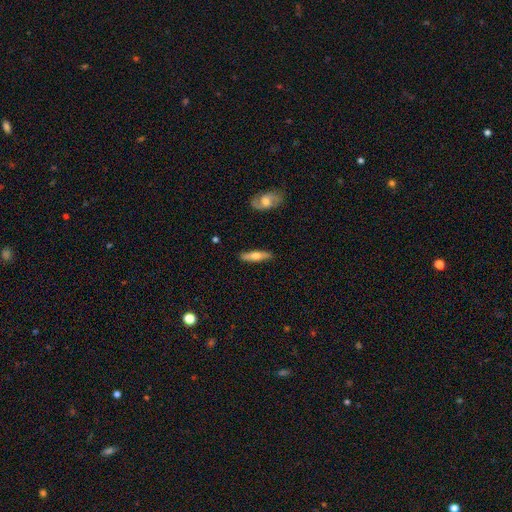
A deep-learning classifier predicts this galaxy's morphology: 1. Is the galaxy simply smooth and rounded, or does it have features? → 52% smooth, 43% featured or disk, 5% star or artifact.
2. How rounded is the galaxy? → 73% cigar-shaped, 25% in between, 2% round.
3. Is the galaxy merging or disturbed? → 87% none, 9% minor disturbance, 2% major disturbance, 2% merger.